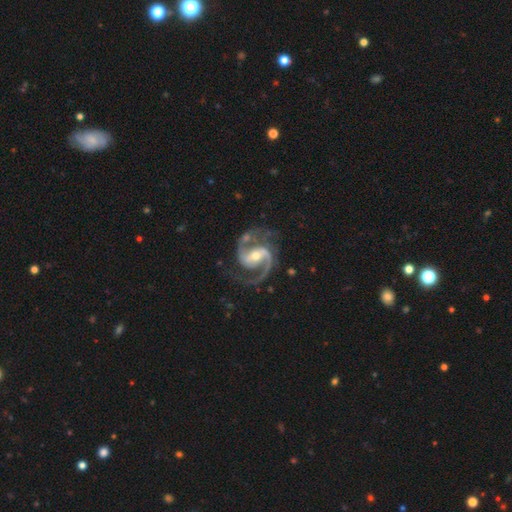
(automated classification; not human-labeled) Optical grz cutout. It shows a featured or disk galaxy (93%) with a weak bar (42%), 2 (92%) medium (67%) spiral arms (98%) and a moderate central bulge (57%). Merging: none (74%).